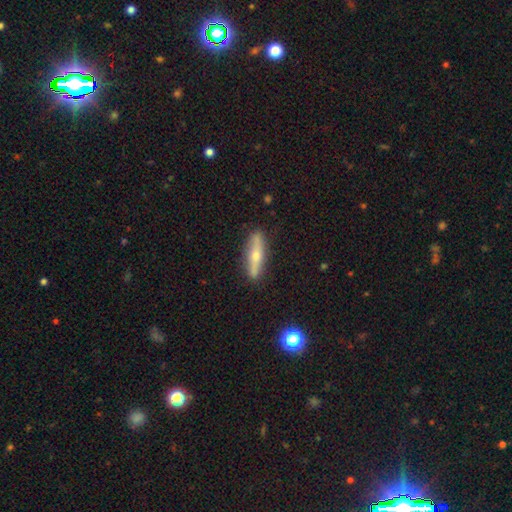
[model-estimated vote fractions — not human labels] Q: Smooth or featured?
A: featured or disk (57%); runner-up: smooth (37%)
Q: Edge-on disk?
A: yes (87%); runner-up: no (13%)
Q: Merging?
A: none (87%); runner-up: minor disturbance (10%)